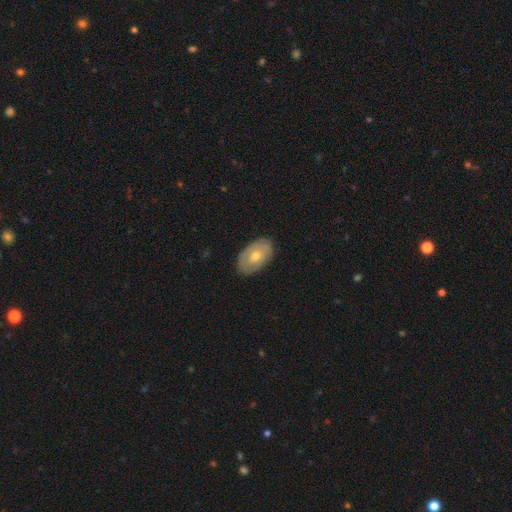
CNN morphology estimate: Smooth or featured?
  - featured or disk: 47% *
  - smooth: 46%
  - star or artifact: 7%
Merging?
  - none: 84% *
  - minor disturbance: 13%
  - major disturbance: 3%
  - merger: 1%